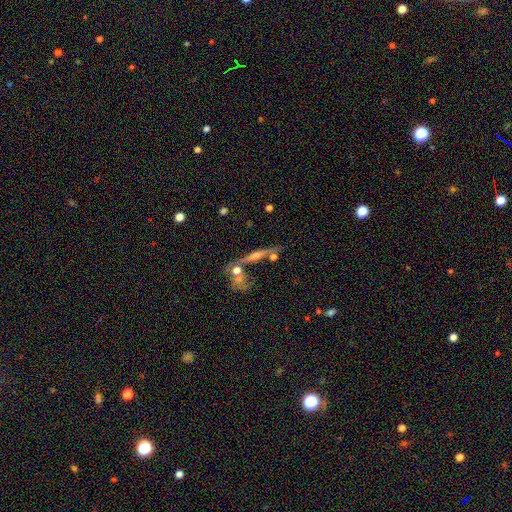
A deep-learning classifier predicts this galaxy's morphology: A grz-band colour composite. It shows a featured or disk galaxy (60%) viewed edge-on (79%). Merging: none (49%).